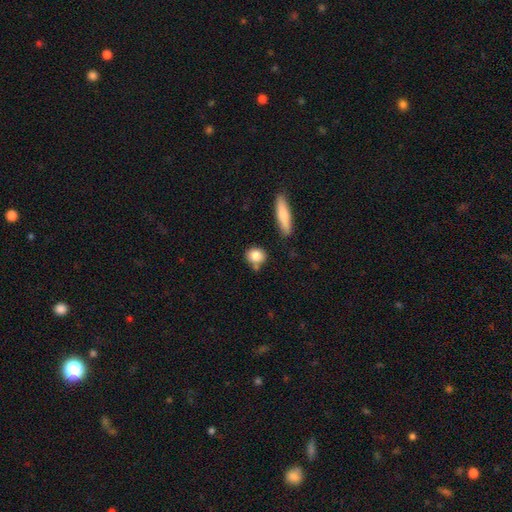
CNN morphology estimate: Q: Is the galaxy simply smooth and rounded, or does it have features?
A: smooth — 82%.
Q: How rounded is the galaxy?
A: round — 65%.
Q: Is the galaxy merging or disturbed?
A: none — 68%.